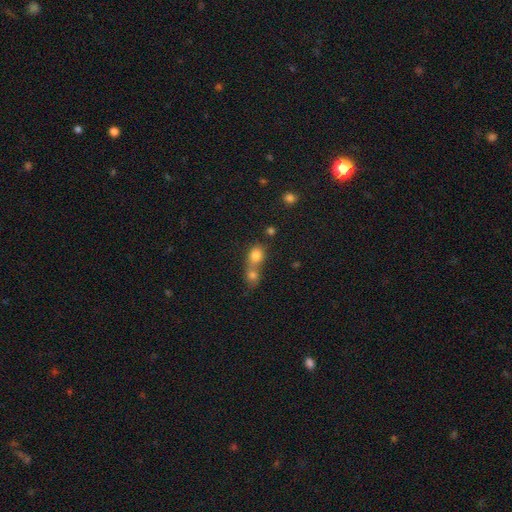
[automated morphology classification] This is likely a smooth galaxy (79%). How rounded: likely round (62%). Merging: likely merger (66%).